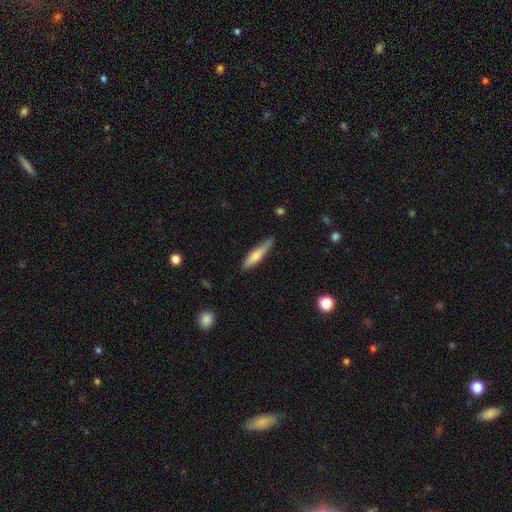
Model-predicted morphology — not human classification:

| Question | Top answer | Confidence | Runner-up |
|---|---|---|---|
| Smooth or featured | smooth | 67% | featured or disk (27%) |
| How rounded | cigar-shaped | 83% | in between (16%) |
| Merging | none | 75% | minor disturbance (20%) |